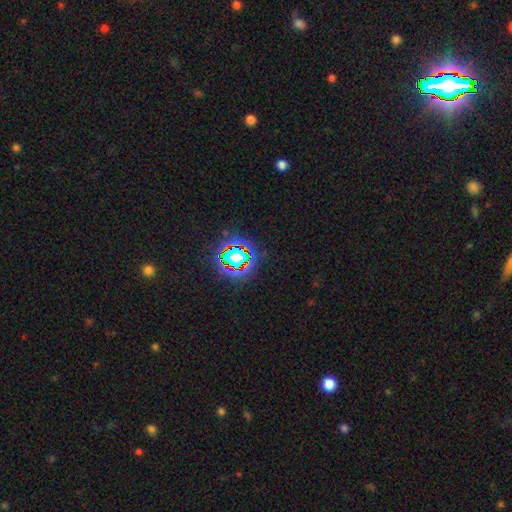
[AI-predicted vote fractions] Morphology: type=star or artifact (80%).